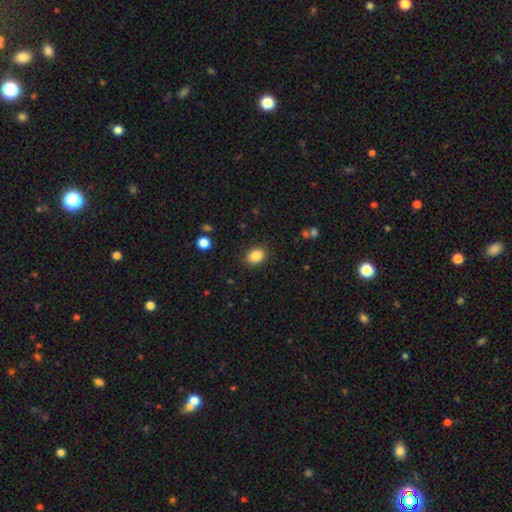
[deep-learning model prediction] Smooth or featured? Predicted: smooth (p=0.87). How rounded? Predicted: in between (p=0.63). Merging? Predicted: none (p=0.88).